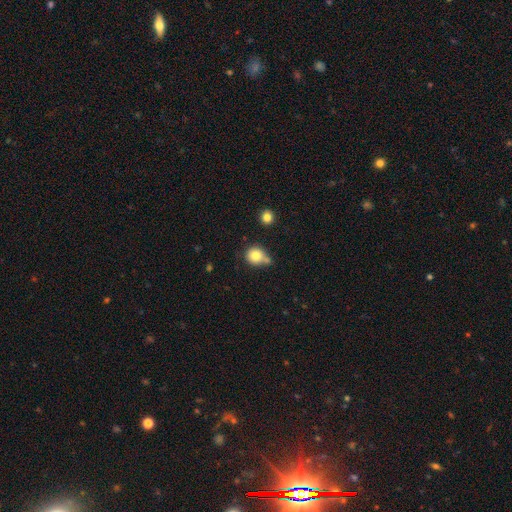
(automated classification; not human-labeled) Smooth or featured?
  - smooth: 79% *
  - star or artifact: 11%
  - featured or disk: 10%
How rounded?
  - round: 83% *
  - in between: 16%
  - cigar-shaped: 1%
Merging?
  - none: 53% *
  - merger: 21%
  - minor disturbance: 20%
  - major disturbance: 6%